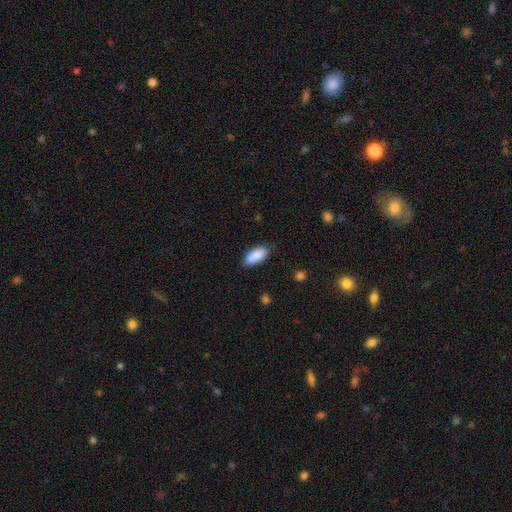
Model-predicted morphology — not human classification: The model was most divided on "merging": none: 84%, minor disturbance: 12%, major disturbance: 2%, merger: 1%. More confident: smooth or featured — smooth (90%); how rounded — in between (87%).